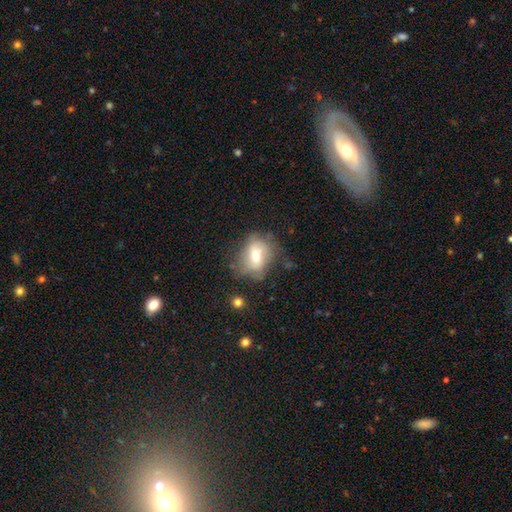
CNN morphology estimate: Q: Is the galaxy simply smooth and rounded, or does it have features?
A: smooth — 58%.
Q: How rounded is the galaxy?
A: in between — 55%.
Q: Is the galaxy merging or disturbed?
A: none — 60%.